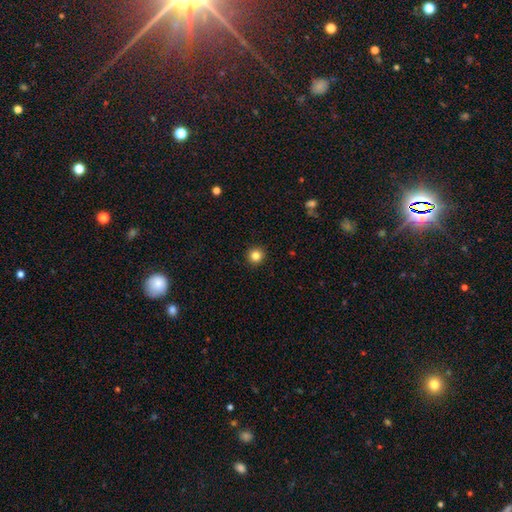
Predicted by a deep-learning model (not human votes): Overall: smooth (84%). How rounded: round (94%). Merging: none (93%).